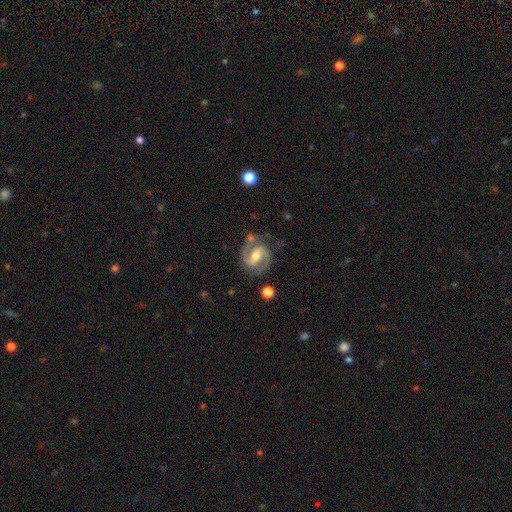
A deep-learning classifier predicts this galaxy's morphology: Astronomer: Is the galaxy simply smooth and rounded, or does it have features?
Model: featured or disk — 90%.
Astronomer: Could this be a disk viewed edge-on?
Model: no — 98%.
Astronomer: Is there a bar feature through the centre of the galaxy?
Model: weak — 42% (runner-up: strong, 38%).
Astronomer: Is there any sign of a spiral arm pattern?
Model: yes — 98%.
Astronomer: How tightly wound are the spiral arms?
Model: medium — 63%.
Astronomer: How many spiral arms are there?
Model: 2 — 94%.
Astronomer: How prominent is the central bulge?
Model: moderate — 65%.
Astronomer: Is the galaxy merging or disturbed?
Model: none — 80%.